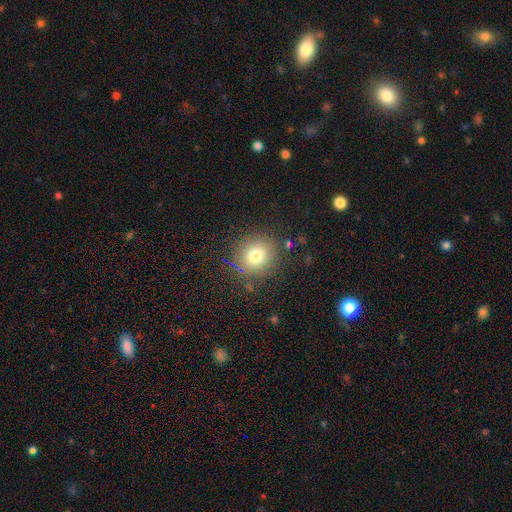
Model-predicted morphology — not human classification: smooth-or-featured: smooth: 76% | star or artifact: 15% | featured or disk: 10%
  how-rounded: round: 84% | in between: 15% | cigar-shaped: 1%
  merging: none: 85% | minor disturbance: 9% | major disturbance: 4% | merger: 2%